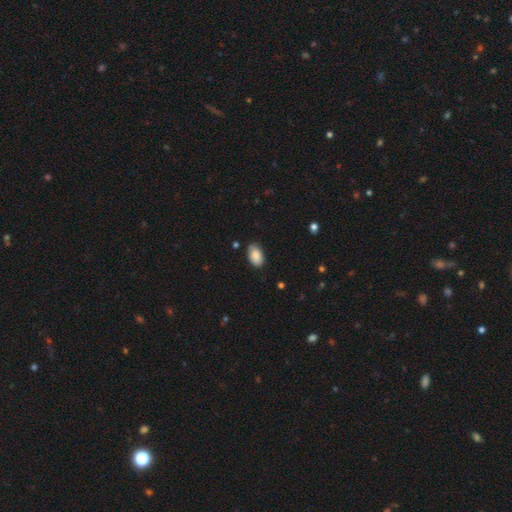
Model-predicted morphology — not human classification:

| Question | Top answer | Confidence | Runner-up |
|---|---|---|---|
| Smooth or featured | smooth | 87% | star or artifact (7%) |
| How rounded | in between | 93% | round (5%) |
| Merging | none | 82% | minor disturbance (15%) |